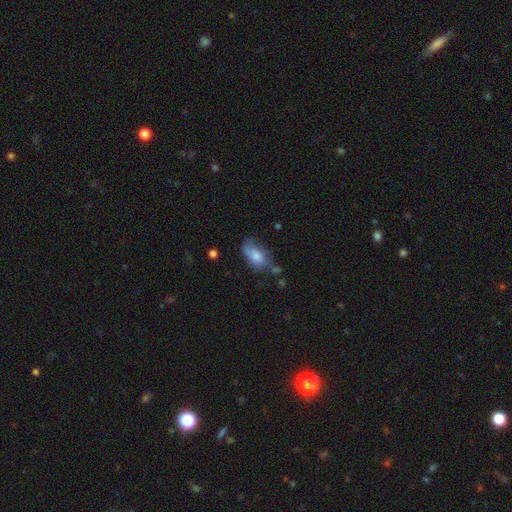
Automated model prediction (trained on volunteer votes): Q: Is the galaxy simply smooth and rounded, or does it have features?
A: smooth — 77%.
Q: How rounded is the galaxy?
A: in between — 90%.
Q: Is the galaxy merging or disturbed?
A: none — 52%.